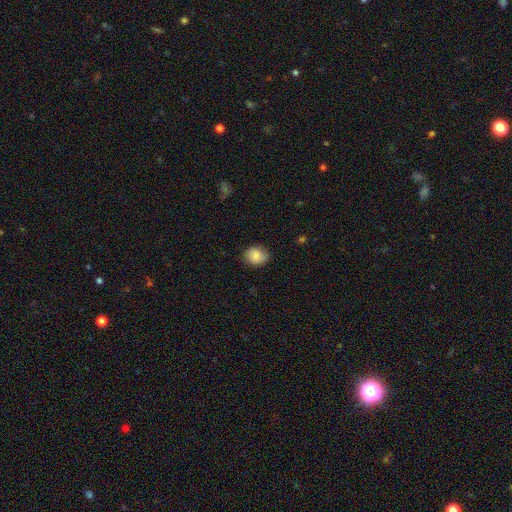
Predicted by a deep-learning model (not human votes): smooth 84%, featured or disk 9%, star or artifact 8%. Down the decision tree: how rounded — round (60%); merging — none (77%).